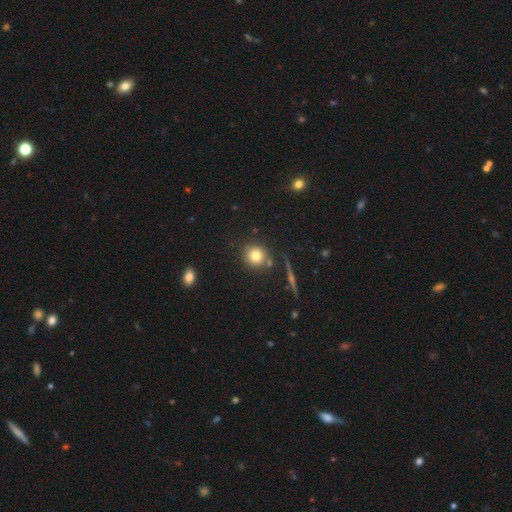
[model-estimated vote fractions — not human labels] Smooth or featured?
  - smooth: 79% *
  - star or artifact: 12%
  - featured or disk: 10%
How rounded?
  - round: 88% *
  - in between: 10%
  - cigar-shaped: 1%
Merging?
  - none: 79% *
  - minor disturbance: 10%
  - merger: 9%
  - major disturbance: 3%